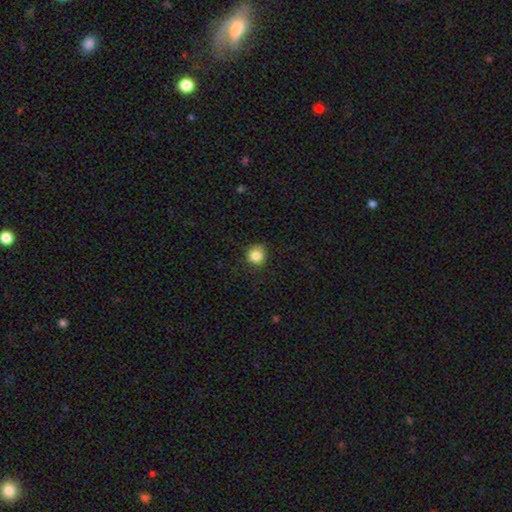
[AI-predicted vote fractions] smooth_or_featured: smooth (p=0.84) [alt: star or artifact p=0.10]
how_rounded: round (p=0.91) [alt: in between p=0.08]
merging: none (p=0.79) [alt: minor disturbance p=0.17]